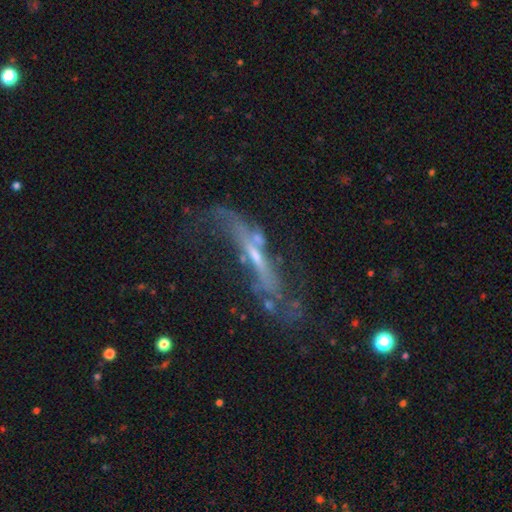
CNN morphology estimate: A featured or disk galaxy (68%) viewed edge-on (56%). Merging: none (36%).